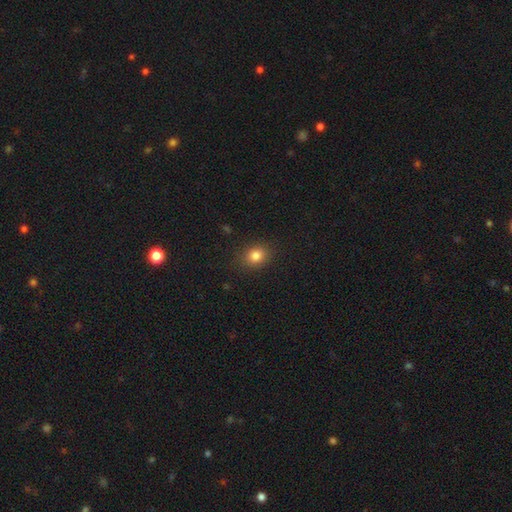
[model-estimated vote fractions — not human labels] smooth-or-featured: smooth: 83% | star or artifact: 11% | featured or disk: 6%
  how-rounded: round: 53% | in between: 46% | cigar-shaped: 1%
  merging: none: 87% | minor disturbance: 9% | major disturbance: 3% | merger: 1%